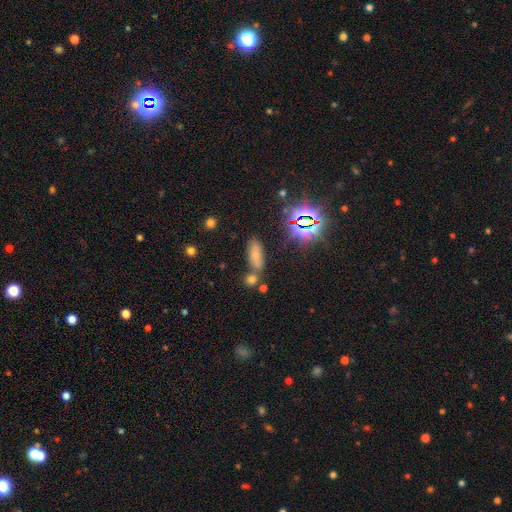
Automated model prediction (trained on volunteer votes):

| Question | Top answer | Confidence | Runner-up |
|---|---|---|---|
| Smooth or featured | smooth | 60% | star or artifact (22%) |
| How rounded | in between | 69% | cigar-shaped (26%) |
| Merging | none | 62% | merger (20%) |